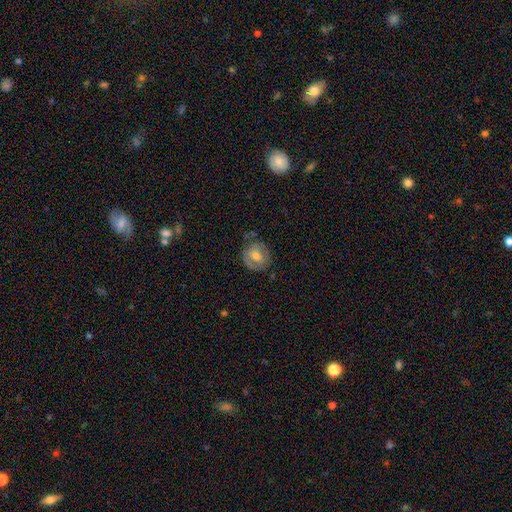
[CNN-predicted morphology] Overall: smooth (55%; featured or disk 36%). How rounded: round (77%). Merging: none (73%).